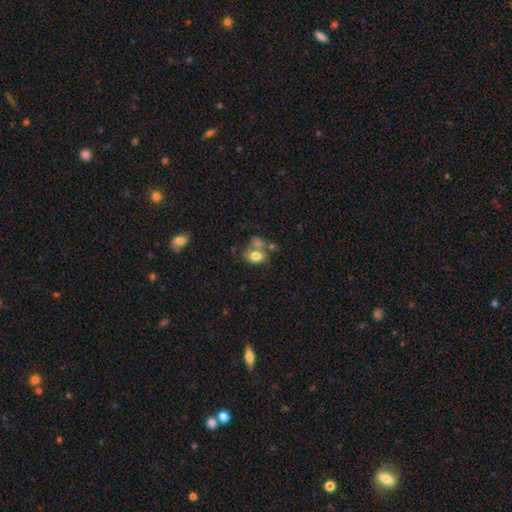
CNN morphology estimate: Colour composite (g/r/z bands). It shows a smooth galaxy with no disk features (77%) that is in between round and cigar-shaped (76%). Merging: none (40%).